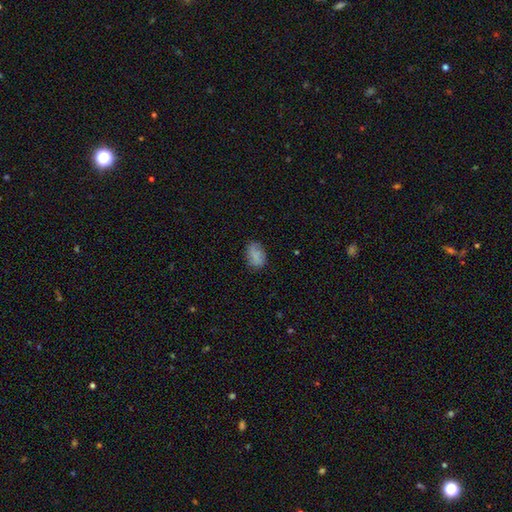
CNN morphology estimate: Smooth or featured? smooth (78%)
How rounded? in between (85%)
Merging? none (71%)